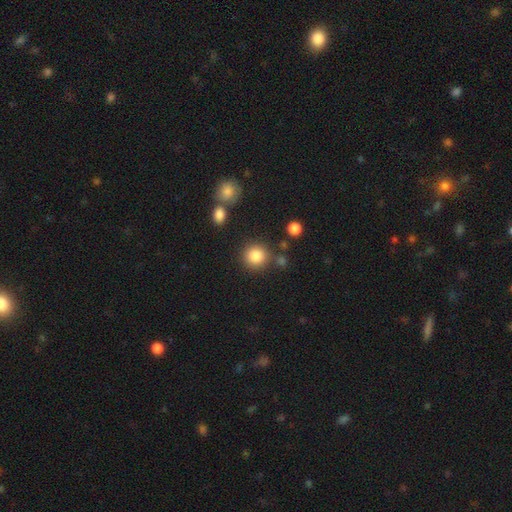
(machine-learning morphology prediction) This is clearly a smooth galaxy (85%). How rounded: clearly round (90%). Merging: clearly none (82%).